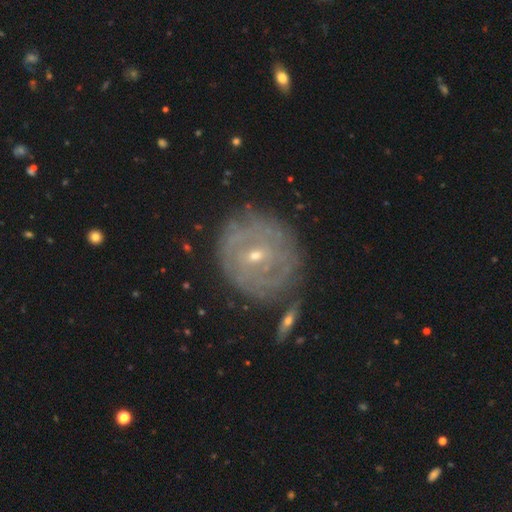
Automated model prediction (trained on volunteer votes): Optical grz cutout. It shows a featured or disk galaxy (77%) with a weak bar (46%), tight (76%) spiral arms (75%) and a small central bulge (66%). Merging: none (72%).